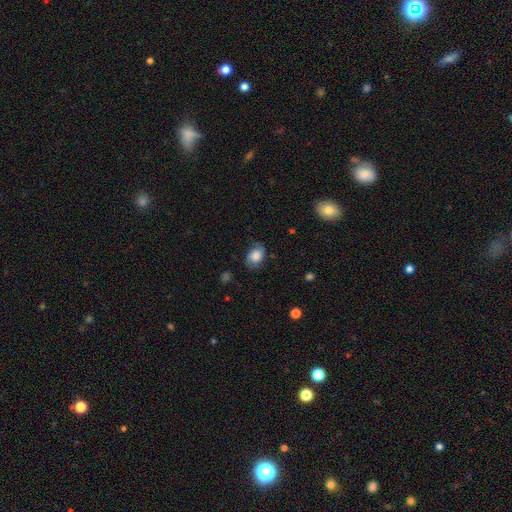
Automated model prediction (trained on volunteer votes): smooth 69%, featured or disk 22%, star or artifact 9%. Down the decision tree: how rounded — in between (71%); merging — none (69%).